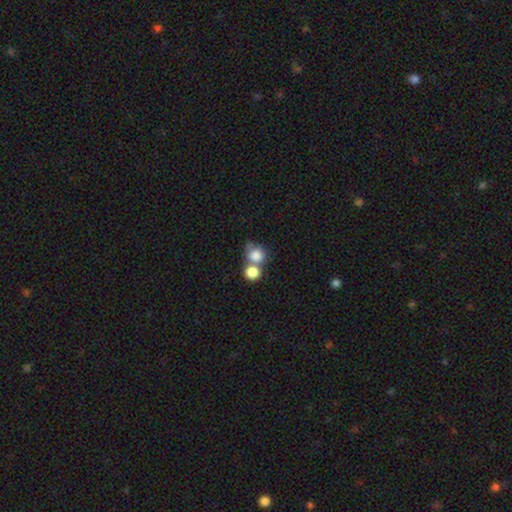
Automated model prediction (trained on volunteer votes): smooth_or_featured: smooth (p=0.80) [alt: featured or disk p=0.10]
how_rounded: round (p=0.78) [alt: in between p=0.21]
merging: merger (p=0.55) [alt: none p=0.33]